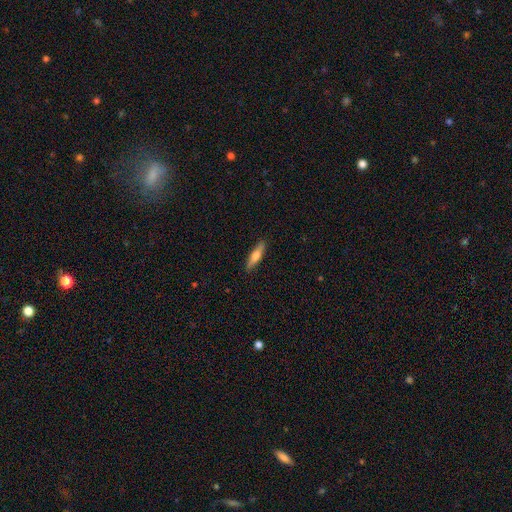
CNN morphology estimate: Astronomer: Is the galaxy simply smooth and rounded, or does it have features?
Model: smooth — 62%.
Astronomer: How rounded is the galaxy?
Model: cigar-shaped — 74%.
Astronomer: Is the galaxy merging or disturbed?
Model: none — 88%.